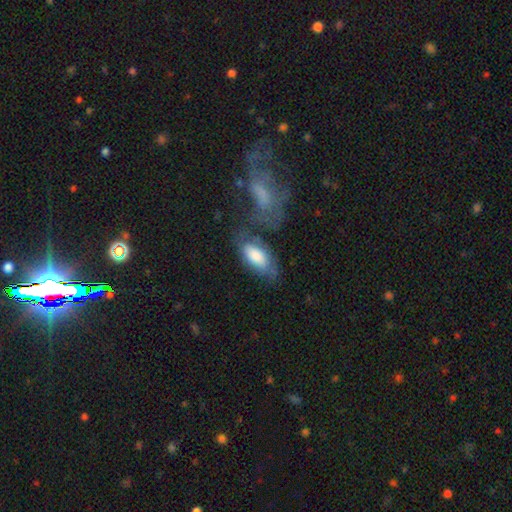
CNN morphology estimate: Overall: smooth (77%). How rounded: in between (88%). Merging: none (47%; minor disturbance 24%).